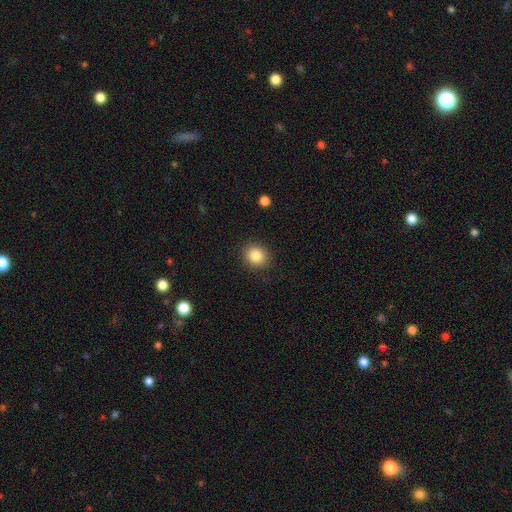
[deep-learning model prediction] smooth-or-featured: smooth: 84% | star or artifact: 10% | featured or disk: 6%
  how-rounded: round: 80% | in between: 19% | cigar-shaped: 1%
  merging: none: 90% | minor disturbance: 7% | major disturbance: 2% | merger: 1%